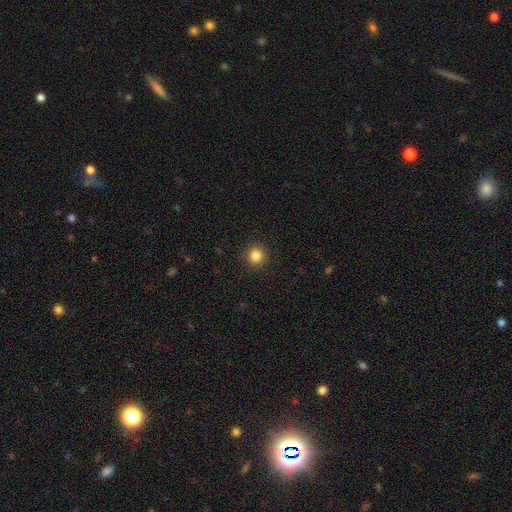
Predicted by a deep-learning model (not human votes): A smooth galaxy with no disk features (84%) that is round (95%). Merging: none (93%).